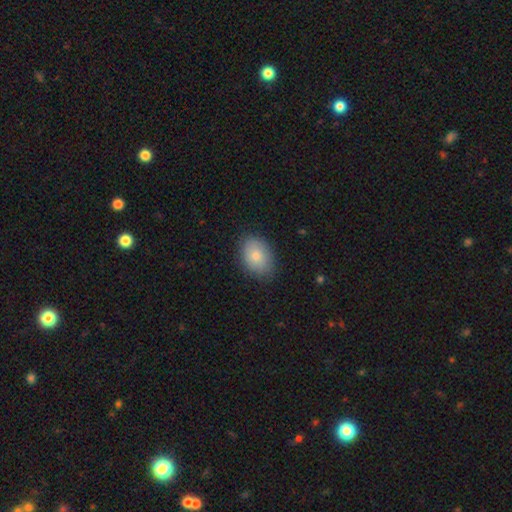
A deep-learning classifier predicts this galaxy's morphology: type=smooth (80%); roundness=in between (79%); merging=none (83%).